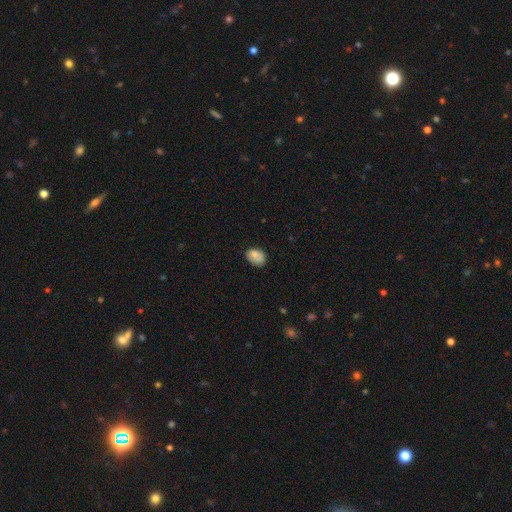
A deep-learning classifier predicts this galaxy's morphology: Smooth or featured? smooth (77%)
How rounded? in between (75%)
Merging? none (60%)